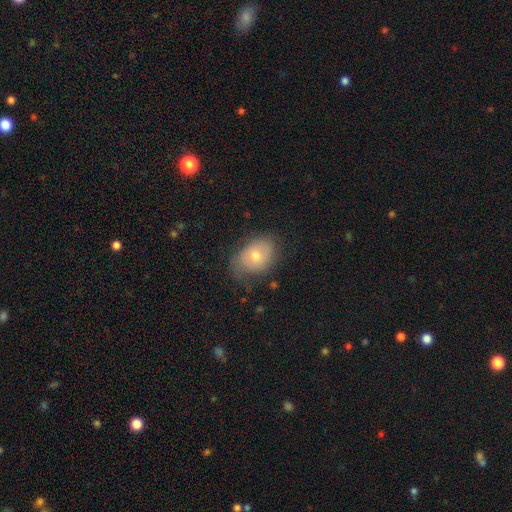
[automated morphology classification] type=smooth (63%); roundness=in between (75%); merging=none (67%).